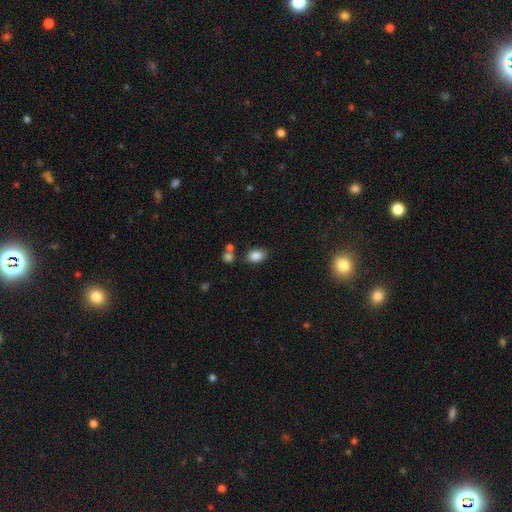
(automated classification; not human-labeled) This is clearly a smooth galaxy (85%). How rounded: clearly in between (83%). Merging: likely none (75%).